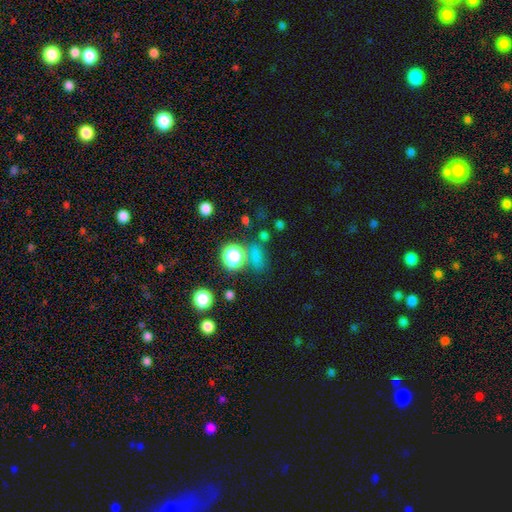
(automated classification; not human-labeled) Q: Smooth or featured?
A: smooth (57%); runner-up: star or artifact (35%)
Q: How rounded?
A: round (54%); runner-up: in between (39%)
Q: Merging?
A: none (70%); runner-up: minor disturbance (13%)